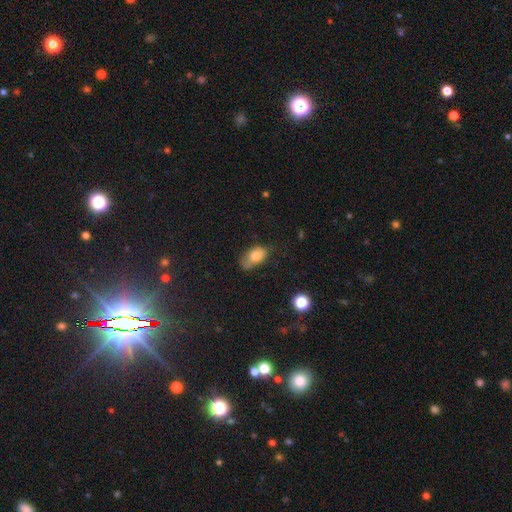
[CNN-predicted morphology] A smooth galaxy with no disk features (74%) that is in between round and cigar-shaped (87%).

Vote fractions:
- Smooth or featured? smooth: 74% / featured or disk: 16% / star or artifact: 10%
- How rounded? in between: 87% / round: 10% / cigar-shaped: 3%
- Merging? none: 47% / minor disturbance: 36% / major disturbance: 14% / merger: 3%